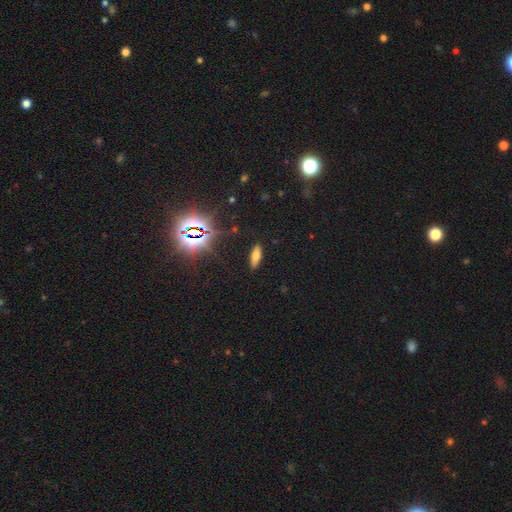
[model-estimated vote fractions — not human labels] Smooth or featured?
  - smooth: 63% *
  - star or artifact: 21%
  - featured or disk: 16%
How rounded?
  - in between: 58% *
  - cigar-shaped: 39%
  - round: 3%
Merging?
  - none: 88% *
  - minor disturbance: 9%
  - major disturbance: 2%
  - merger: 1%